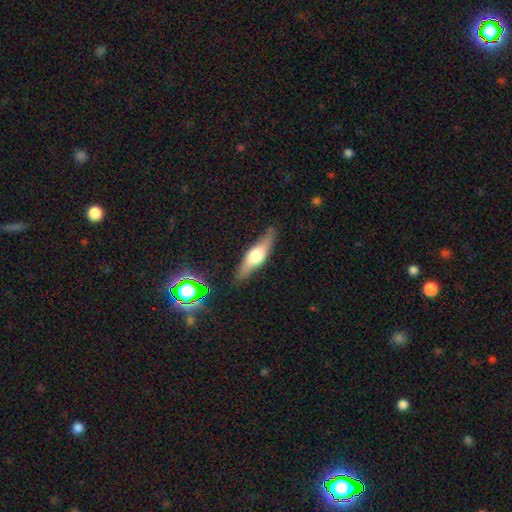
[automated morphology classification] This appears to be a featured or disk galaxy (49%). Merging: none (84%).